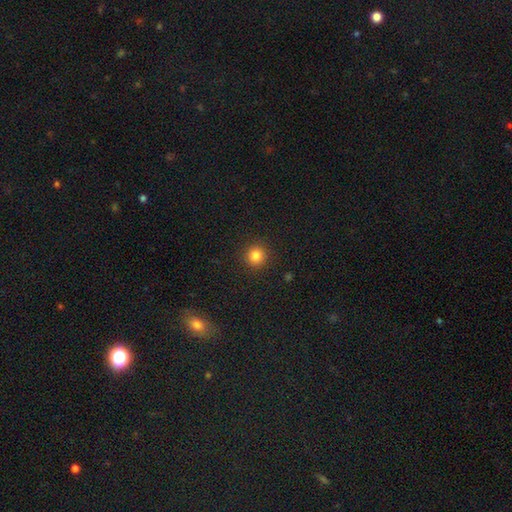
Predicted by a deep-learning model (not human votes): Smooth or featured: smooth — 83% (star or artifact — 12%)
How rounded: round — 94% (in between — 5%)
Merging: none — 91% (minor disturbance — 5%)